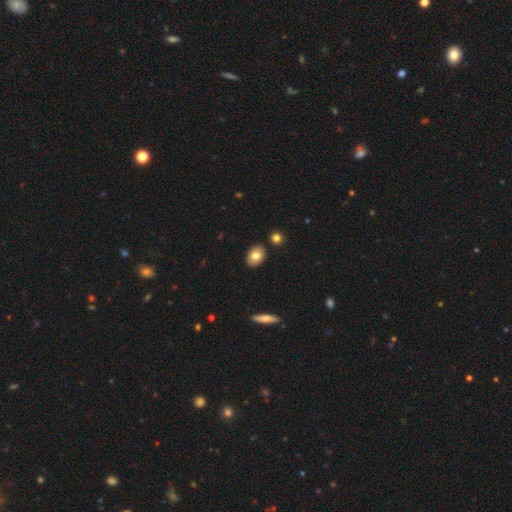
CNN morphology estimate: This is likely a smooth galaxy (78%). How rounded: likely in between (80%). Merging: clearly none (87%).